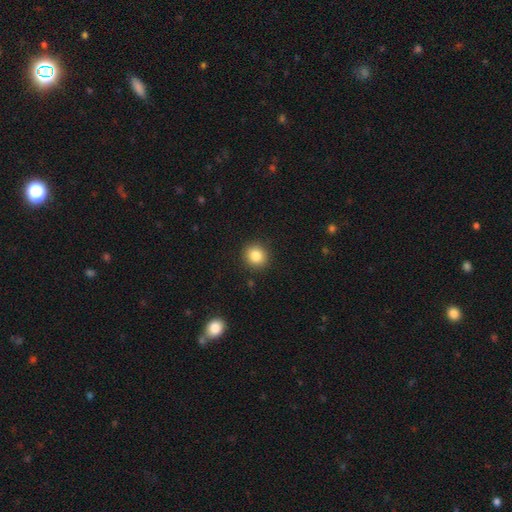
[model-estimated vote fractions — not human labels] Overall: smooth (84%). How rounded: round (87%). Merging: none (91%).